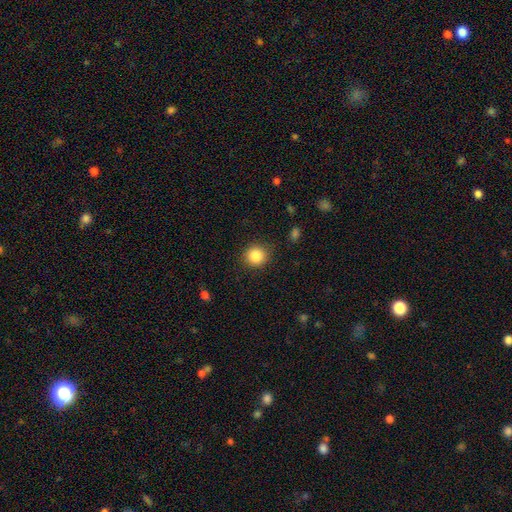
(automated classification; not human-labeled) Q: Smooth or featured?
A: smooth (86%); runner-up: star or artifact (10%)
Q: How rounded?
A: round (90%); runner-up: in between (9%)
Q: Merging?
A: none (87%); runner-up: minor disturbance (9%)